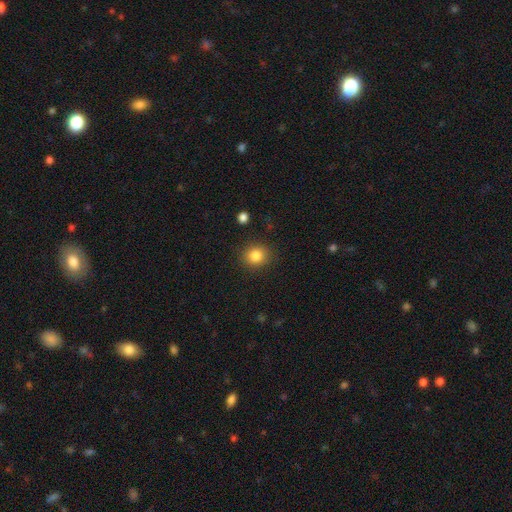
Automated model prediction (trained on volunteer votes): smooth 84%, star or artifact 11%, featured or disk 6%. Down the decision tree: how rounded — round (77%); merging — none (88%).